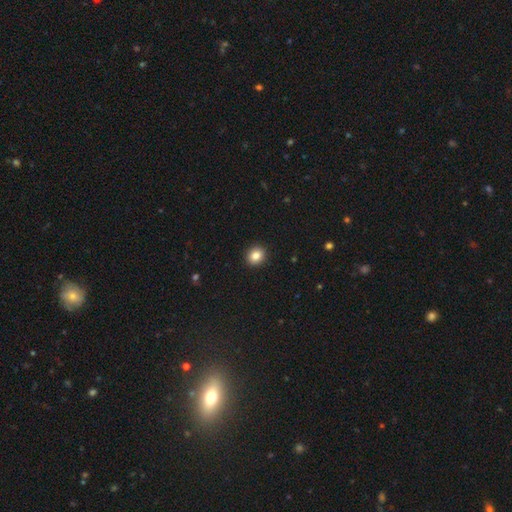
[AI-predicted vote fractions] Morphology: type=smooth (85%); roundness=round (80%); merging=none (93%).